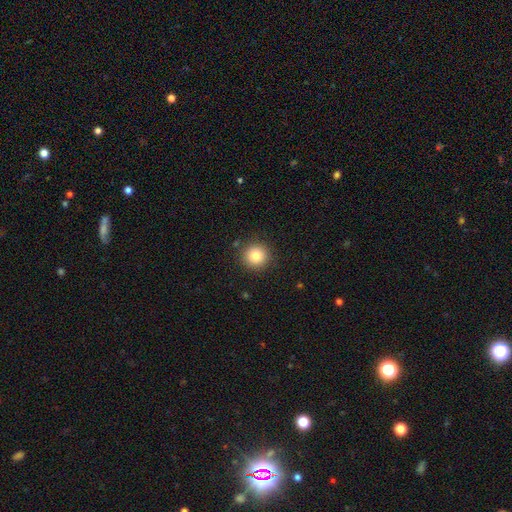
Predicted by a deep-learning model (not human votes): Smooth or featured: smooth — 82% (star or artifact — 11%)
How rounded: round — 95% (in between — 4%)
Merging: none — 89% (minor disturbance — 7%)